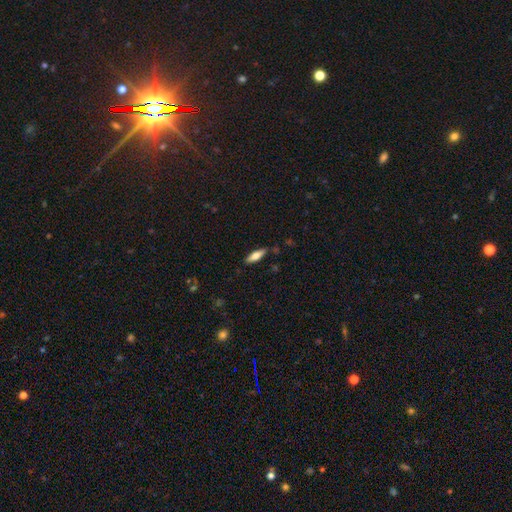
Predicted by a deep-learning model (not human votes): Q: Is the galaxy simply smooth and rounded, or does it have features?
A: smooth — 68%.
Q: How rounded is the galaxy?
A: in between — 52%.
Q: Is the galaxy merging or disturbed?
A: none — 85%.